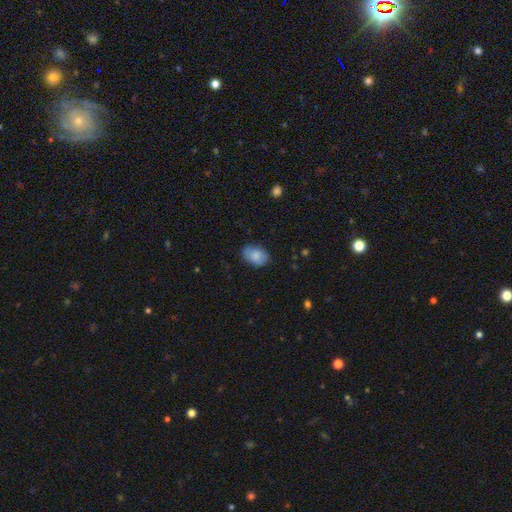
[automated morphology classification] This appears to be a smooth galaxy with no disk features (84%) that is in between round and cigar-shaped (84%). Merging: none (77%).